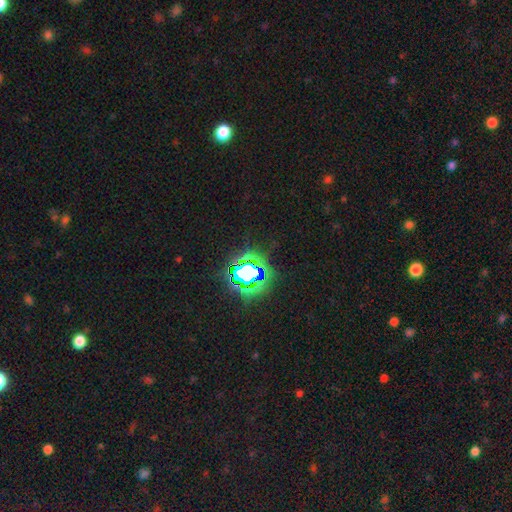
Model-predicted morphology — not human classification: Smooth or featured? Predicted: star or artifact (p=0.79).